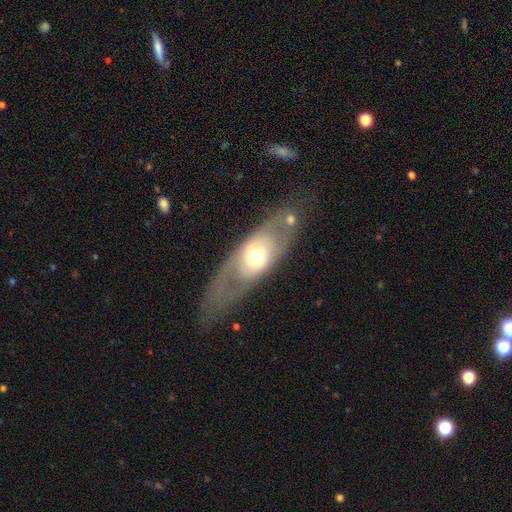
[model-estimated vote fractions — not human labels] This is possibly a featured or disk galaxy (56%). It is likely not viewed edge-on (74%). Merging: likely none (64%).